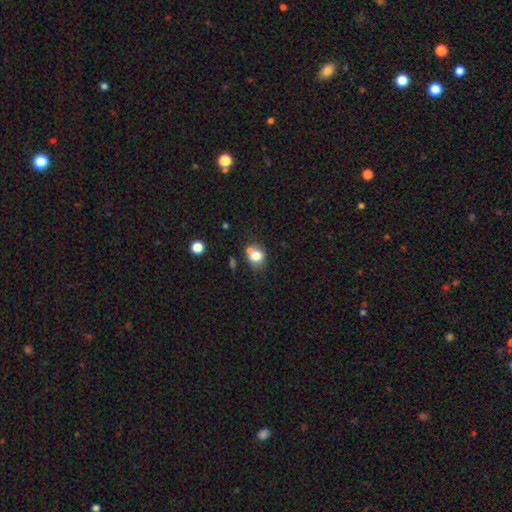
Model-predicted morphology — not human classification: smooth-or-featured: smooth: 77% | star or artifact: 12% | featured or disk: 12%
  how-rounded: round: 68% | in between: 31% | cigar-shaped: 1%
  merging: none: 53% | merger: 28% | minor disturbance: 15% | major disturbance: 5%